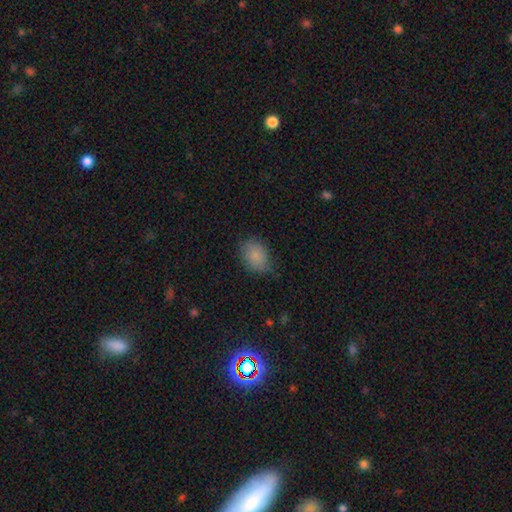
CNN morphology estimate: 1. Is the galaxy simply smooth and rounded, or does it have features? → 83% smooth, 9% star or artifact, 8% featured or disk.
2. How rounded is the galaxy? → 65% in between, 34% round, 1% cigar-shaped.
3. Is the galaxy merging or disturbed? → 68% none, 26% minor disturbance, 5% major disturbance, 1% merger.